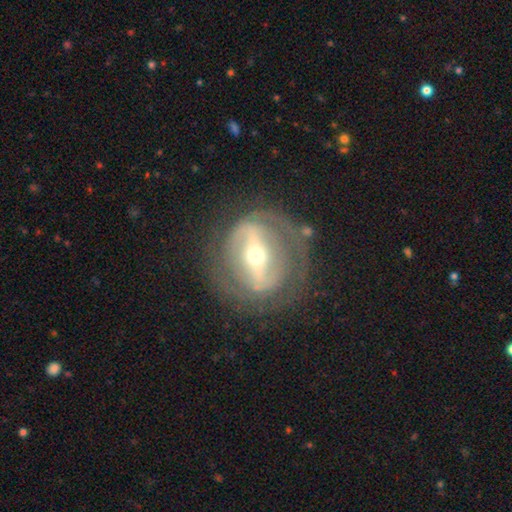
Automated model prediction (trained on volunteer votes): smooth-or-featured: featured or disk: 76% | smooth: 17% | star or artifact: 6%
  disk-edge-on: no: 89% | yes: 11%
    bar: strong: 65% | weak: 21% | no: 14%
    has-spiral-arms: no: 52% | yes: 48%
    bulge-size: moderate: 51% | small: 43% | large: 4% | dominant: 1% | none: 1%
  merging: none: 68% | minor disturbance: 16% | major disturbance: 13% | merger: 2%